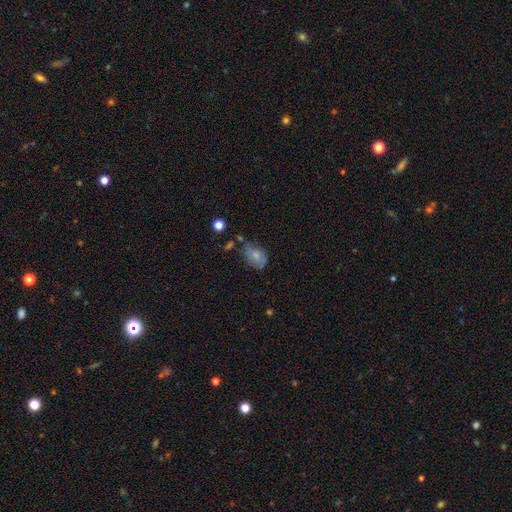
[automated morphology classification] A smooth galaxy with no disk features (64%) that is in between round and cigar-shaped (79%). Merging: none (46%).